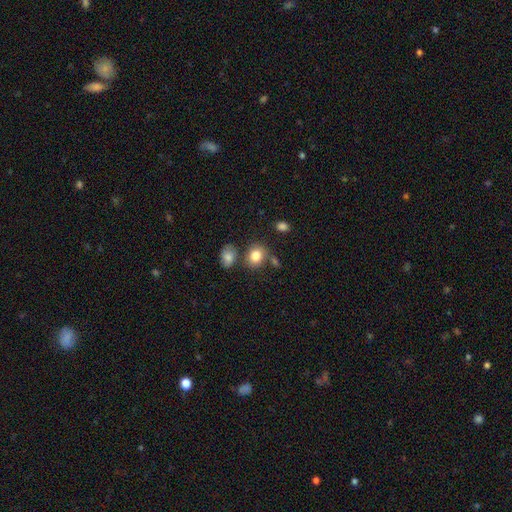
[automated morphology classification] Smooth or featured: smooth — 82% (star or artifact — 10%)
How rounded: round — 60% (in between — 39%)
Merging: none — 69% (merger — 13%)